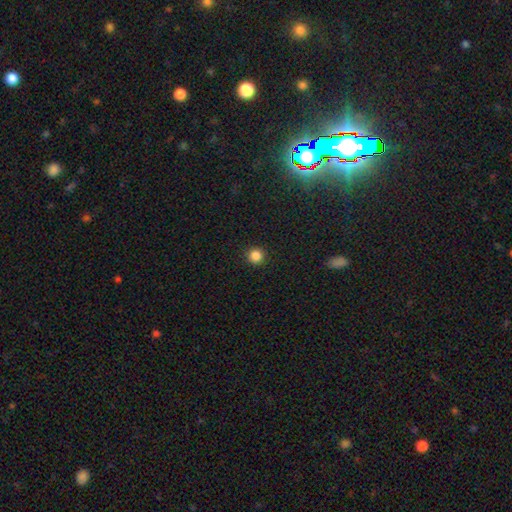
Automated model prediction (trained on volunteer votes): Smooth or featured?
  - smooth: 85% *
  - star or artifact: 12%
  - featured or disk: 3%
How rounded?
  - round: 95% *
  - in between: 4%
  - cigar-shaped: 1%
Merging?
  - none: 92% *
  - minor disturbance: 5%
  - major disturbance: 2%
  - merger: 1%